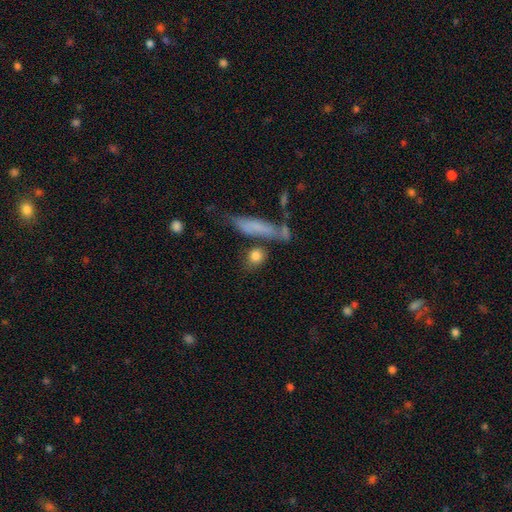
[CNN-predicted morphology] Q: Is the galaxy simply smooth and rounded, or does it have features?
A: smooth — 81%.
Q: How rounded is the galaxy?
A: round — 57%.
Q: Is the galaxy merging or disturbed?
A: none — 64%.